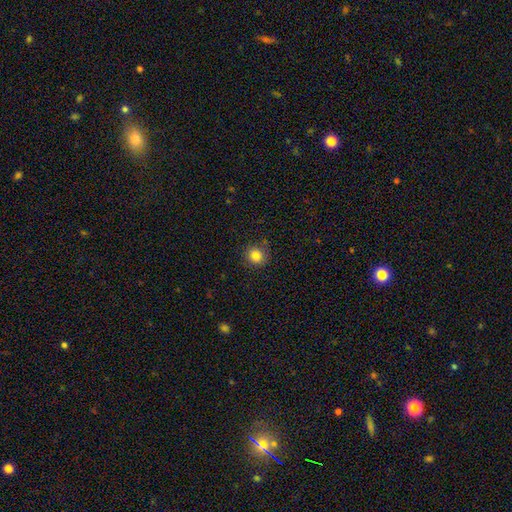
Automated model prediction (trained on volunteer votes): smooth 84%, star or artifact 11%, featured or disk 5%. Down the decision tree: how rounded — round (86%); merging — none (84%).